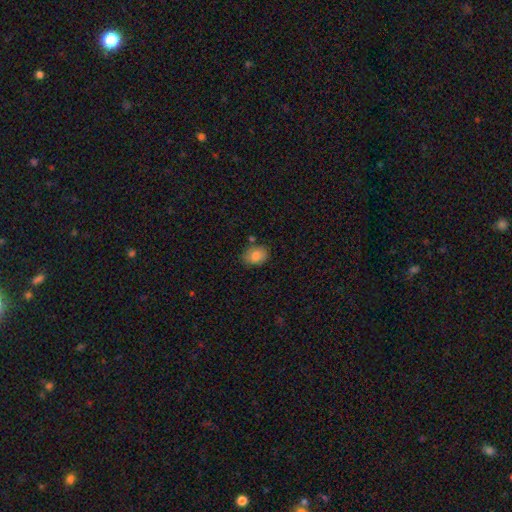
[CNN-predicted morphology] smooth-or-featured: smooth: 84% | star or artifact: 8% | featured or disk: 8%
  how-rounded: in between: 68% | round: 31% | cigar-shaped: 1%
  merging: none: 77% | minor disturbance: 15% | merger: 5% | major disturbance: 3%